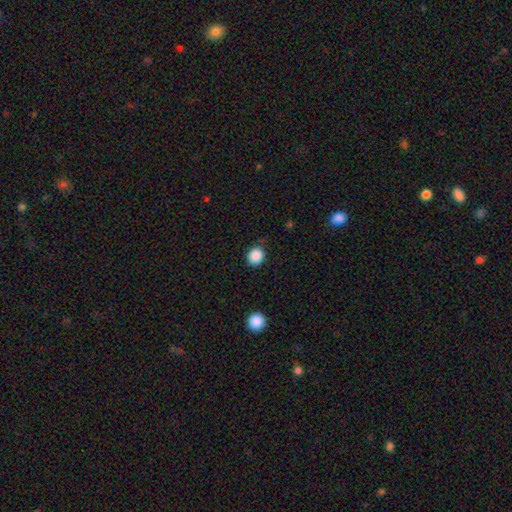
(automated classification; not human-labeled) The model was most divided on "merging": none: 83%, minor disturbance: 12%, major disturbance: 3%, merger: 2%. More confident: smooth or featured — smooth (87%); how rounded — round (85%).